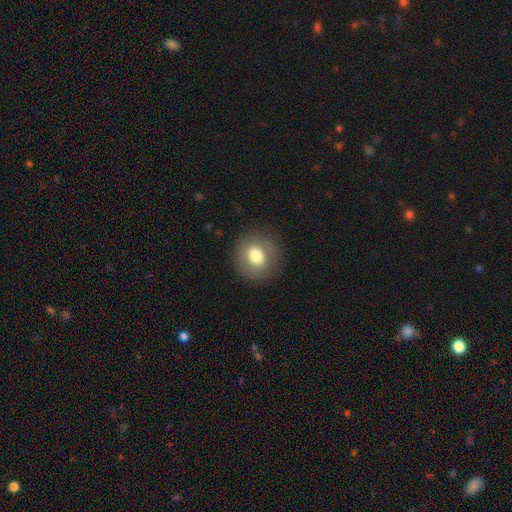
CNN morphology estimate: smooth 76%, featured or disk 15%, star or artifact 9%. Down the decision tree: how rounded — round (86%); merging — none (88%).